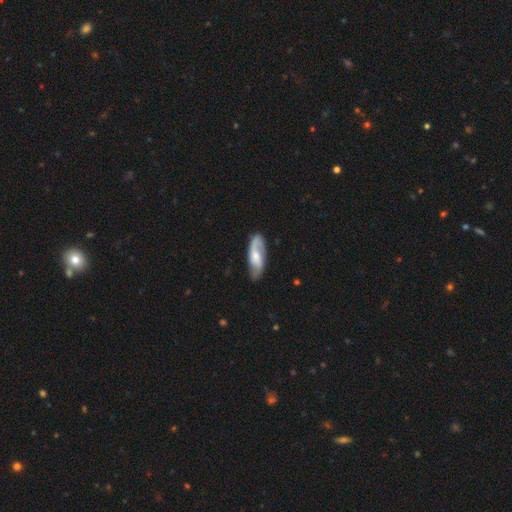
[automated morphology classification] Smooth or featured: featured or disk — 63% (smooth — 32%)
Edge-on disk: no — 89% (yes — 11%)
Bar: no — 49% (weak — 40%)
Spiral arms: yes — 91% (no — 9%)
Spiral winding: loose — 45% (medium — 39%)
Spiral arm count: 2 — 79% (1 — 10%)
Bulge size: moderate — 44% (small — 34%)
Merging: none — 75% (minor disturbance — 17%)